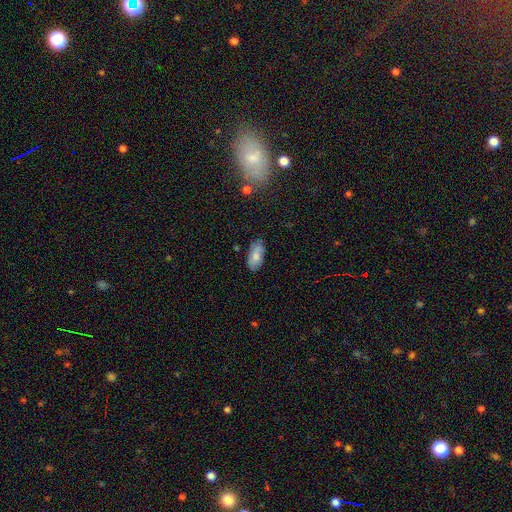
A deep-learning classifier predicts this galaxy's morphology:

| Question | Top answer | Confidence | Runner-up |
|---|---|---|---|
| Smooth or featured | smooth | 77% | featured or disk (16%) |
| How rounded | in between | 92% | cigar-shaped (6%) |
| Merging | none | 79% | minor disturbance (17%) |